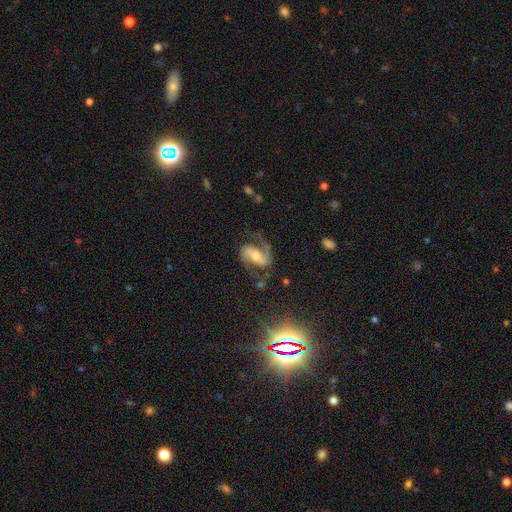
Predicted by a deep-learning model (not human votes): featured or disk 86%, star or artifact 8%, smooth 6%. Down the decision tree: edge-on disk — no (97%); bar — weak (39%); spiral arms — yes (97%); spiral arm count — 2 (91%); spiral winding — medium (56%); bulge size — moderate (58%); merging — none (71%).